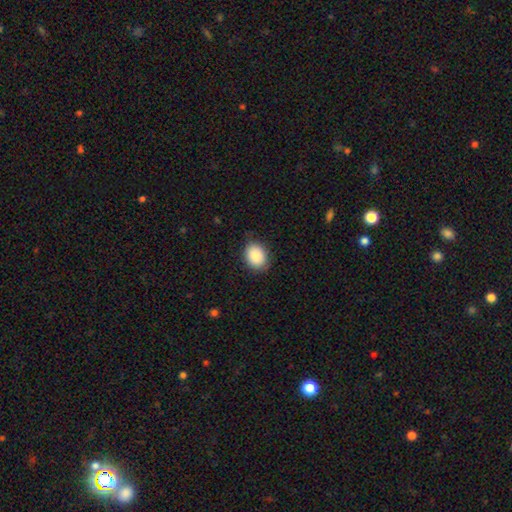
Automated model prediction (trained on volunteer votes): This appears to be a smooth galaxy with no disk features (88%) that is in between round and cigar-shaped (55%). Merging: none (82%).